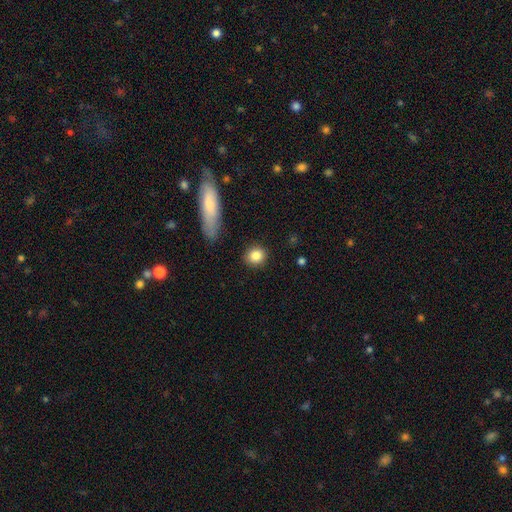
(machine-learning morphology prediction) This is clearly a smooth galaxy (85%). How rounded: clearly round (82%). Merging: clearly none (89%).